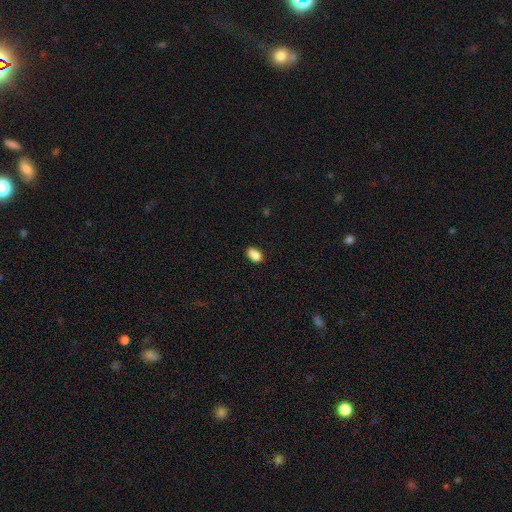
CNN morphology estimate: This appears to be a smooth galaxy with no disk features (84%) that is in between round and cigar-shaped (88%). Merging: none (64%).